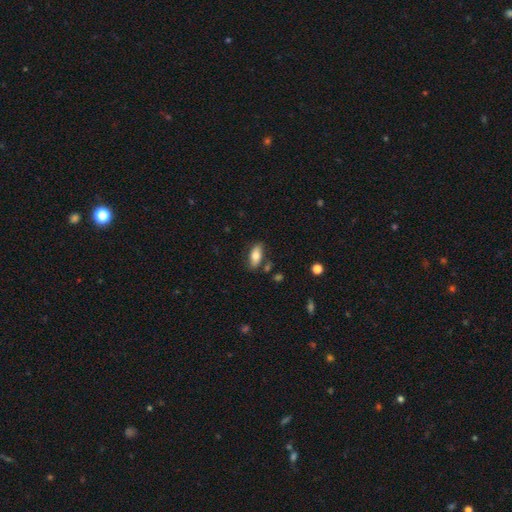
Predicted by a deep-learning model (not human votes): A smooth galaxy with no disk features (76%) that is in between round and cigar-shaped (87%). Merging: none (78%).